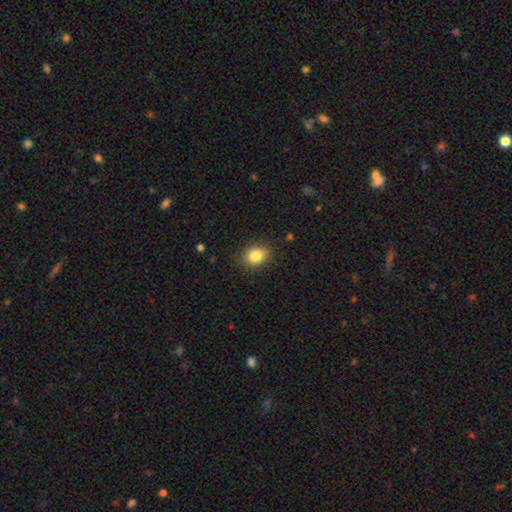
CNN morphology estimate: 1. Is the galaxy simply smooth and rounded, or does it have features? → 84% smooth, 10% star or artifact, 6% featured or disk.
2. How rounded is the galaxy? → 50% in between, 49% round, 1% cigar-shaped.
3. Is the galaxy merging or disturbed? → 85% none, 11% minor disturbance, 3% major disturbance, 1% merger.